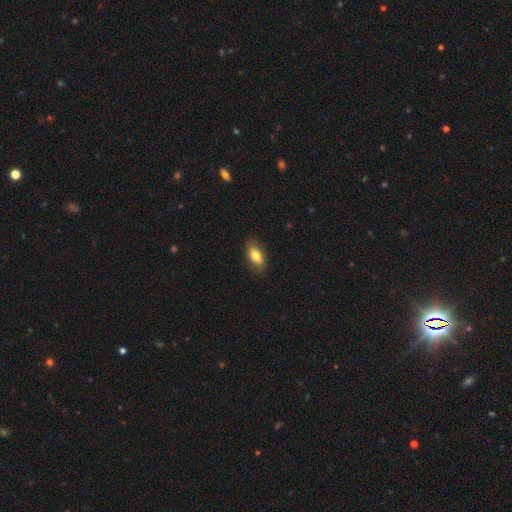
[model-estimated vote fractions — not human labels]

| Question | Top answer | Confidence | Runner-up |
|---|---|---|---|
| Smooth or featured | smooth | 71% | featured or disk (23%) |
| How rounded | in between | 91% | round (5%) |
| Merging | none | 82% | minor disturbance (14%) |